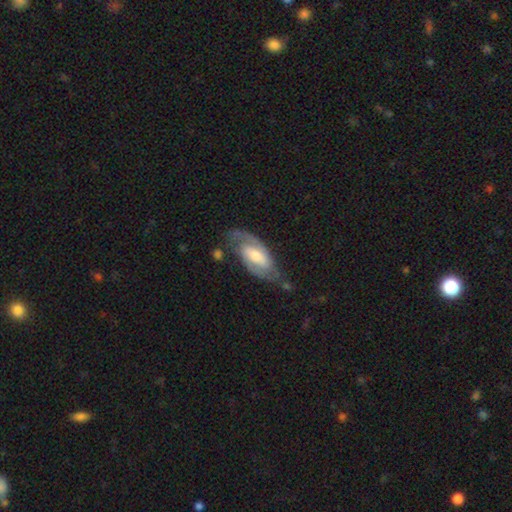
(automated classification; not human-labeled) Smooth or featured? Predicted: featured or disk (p=0.82). Edge-on disk? Predicted: no (p=0.94). Bar? Predicted: weak (p=0.45). Spiral arms? Predicted: yes (p=0.94). Spiral winding? Predicted: medium (p=0.48). Spiral arm count? Predicted: 2 (p=0.87). Bulge size? Predicted: moderate (p=0.57). Merging? Predicted: none (p=0.68).